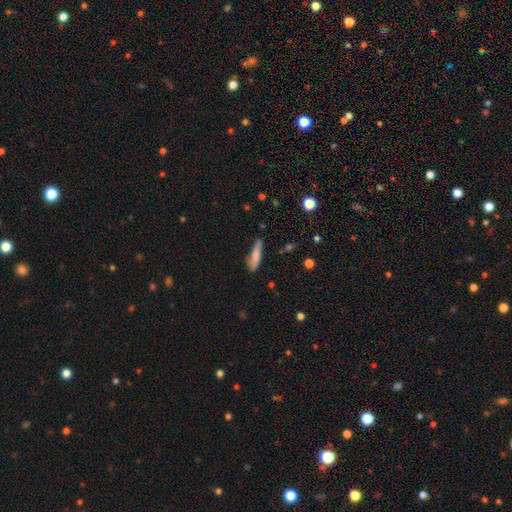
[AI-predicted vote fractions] This appears to be a smooth galaxy with no disk features (76%) that is cigar-shaped (78%). Merging: none (71%).